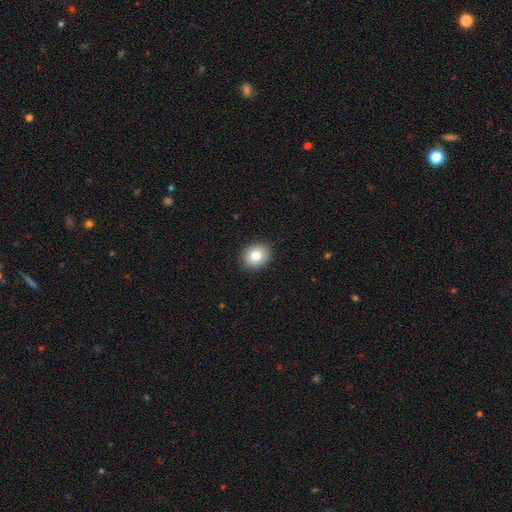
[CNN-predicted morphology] Smooth or featured? smooth (83%)
How rounded? round (63%)
Merging? none (91%)